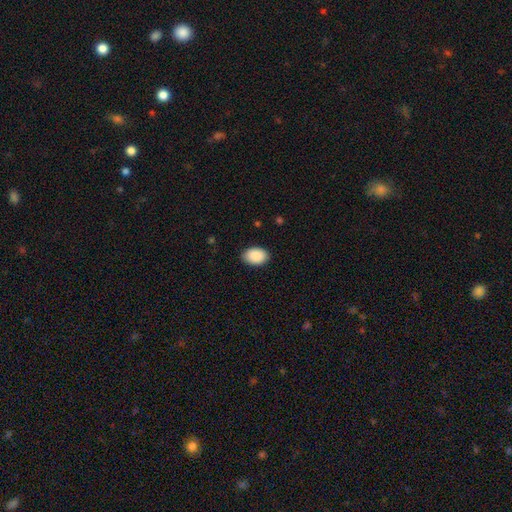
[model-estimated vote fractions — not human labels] smooth_or_featured: smooth (p=0.91) [alt: star or artifact p=0.06]
how_rounded: in between (p=0.87) [alt: round p=0.12]
merging: none (p=0.87) [alt: minor disturbance p=0.10]